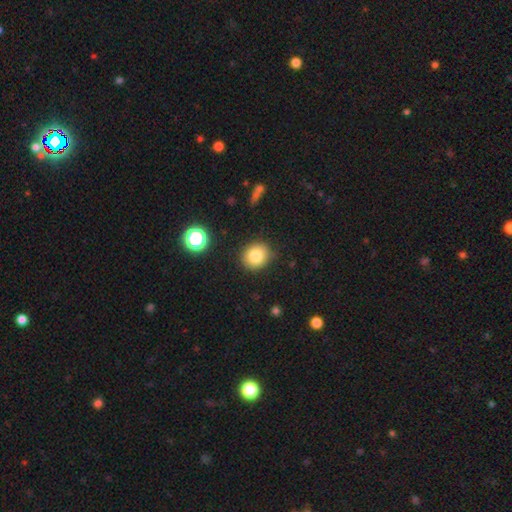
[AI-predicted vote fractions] smooth_or_featured: smooth (p=0.82) [alt: star or artifact p=0.11]
how_rounded: round (p=0.77) [alt: in between p=0.22]
merging: none (p=0.85) [alt: minor disturbance p=0.10]